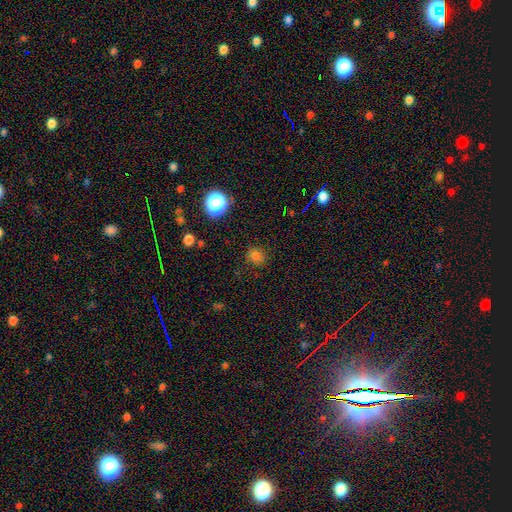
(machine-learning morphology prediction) This is likely a smooth galaxy (76%). How rounded: likely round (75%). Merging: clearly none (82%).